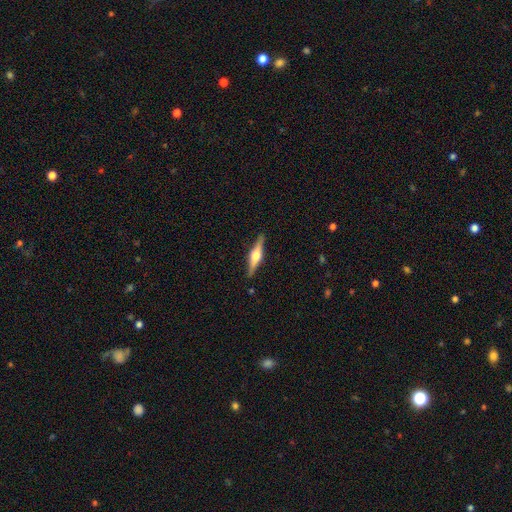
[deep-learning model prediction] A featured or disk galaxy (72%) viewed edge-on (98%) with a rounded central bulge (93%).

Vote fractions:
- Smooth or featured? featured or disk: 72% / smooth: 23% / star or artifact: 5%
- Edge-on disk? yes: 98% / no: 2%
- Edge-on bulge? rounded: 93% / boxy: 6% / none: 2%
- Merging? none: 89% / minor disturbance: 8% / major disturbance: 2% / merger: 1%